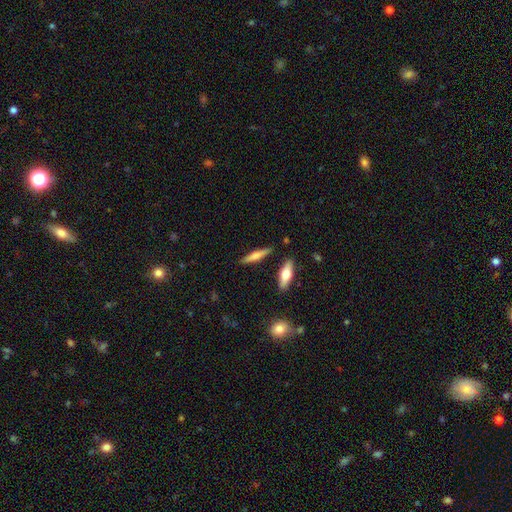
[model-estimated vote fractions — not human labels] Smooth or featured? smooth (50%)
How rounded? cigar-shaped (83%)
Merging? none (85%)